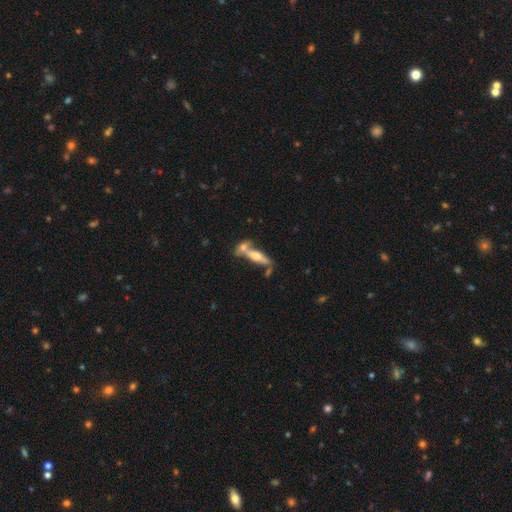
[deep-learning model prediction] Smooth or featured? featured or disk (48%)
Merging? none (44%)